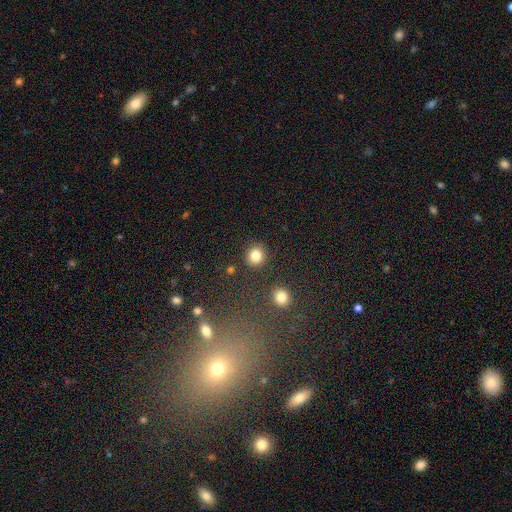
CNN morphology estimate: Smooth or featured? Predicted: smooth (p=0.83). How rounded? Predicted: round (p=0.88). Merging? Predicted: none (p=0.88).